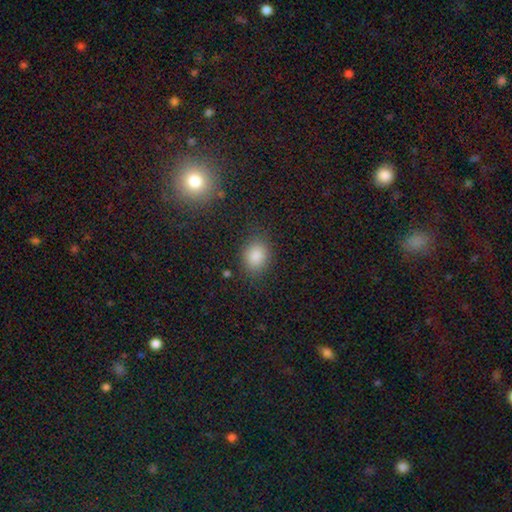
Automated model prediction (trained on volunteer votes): A smooth galaxy with no disk features (84%) that is in between round and cigar-shaped (51%). Merging: none (83%).